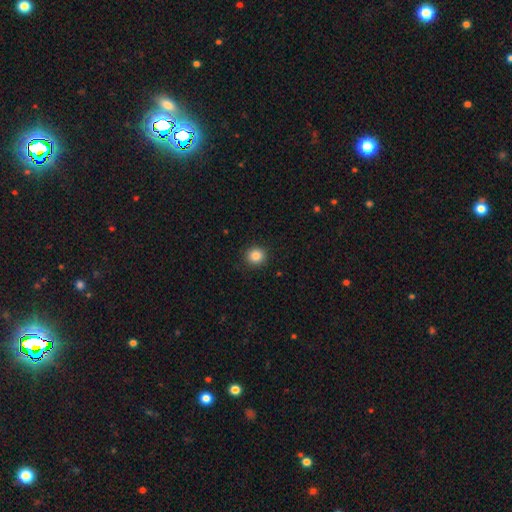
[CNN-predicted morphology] A smooth galaxy with no disk features (86%) that is round (89%).

Vote fractions:
- Smooth or featured? smooth: 86% / star or artifact: 10% / featured or disk: 4%
- How rounded? round: 89% / in between: 10% / cigar-shaped: 1%
- Merging? none: 91% / minor disturbance: 6% / major disturbance: 2% / merger: 1%